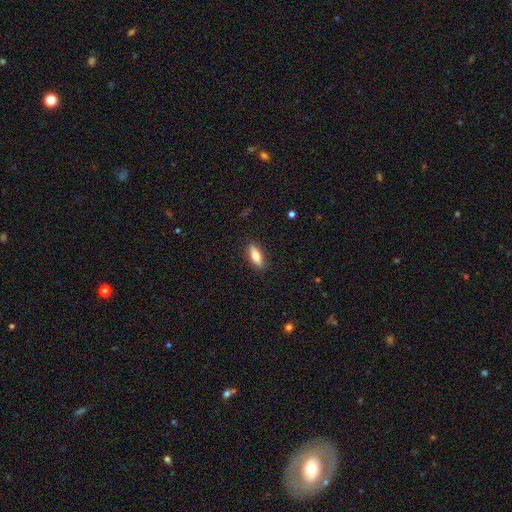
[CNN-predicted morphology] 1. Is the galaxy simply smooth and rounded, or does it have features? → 70% smooth, 24% featured or disk, 6% star or artifact.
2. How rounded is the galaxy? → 60% in between, 37% cigar-shaped, 3% round.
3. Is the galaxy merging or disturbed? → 87% none, 9% minor disturbance, 2% major disturbance, 1% merger.